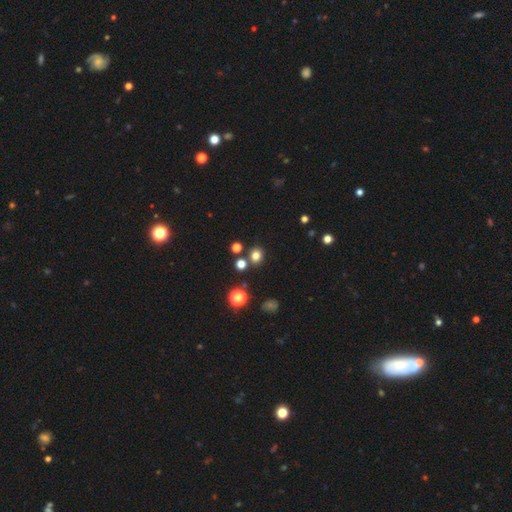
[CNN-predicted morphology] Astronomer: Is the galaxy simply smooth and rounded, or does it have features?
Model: smooth — 77%.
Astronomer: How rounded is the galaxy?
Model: round — 75%.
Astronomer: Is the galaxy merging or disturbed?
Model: none — 81%.